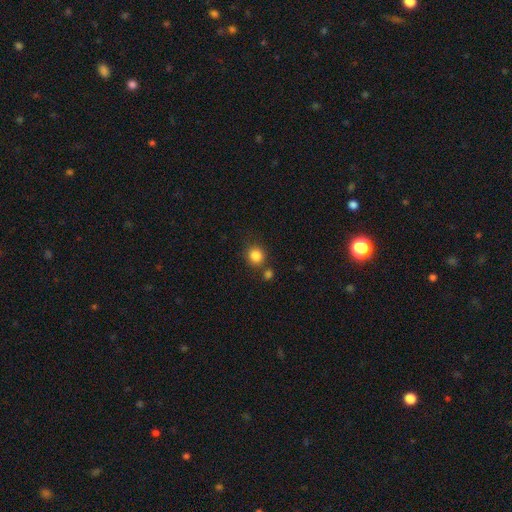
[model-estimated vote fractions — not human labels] A smooth galaxy with no disk features (85%) that is round (88%). Merging: none (75%).